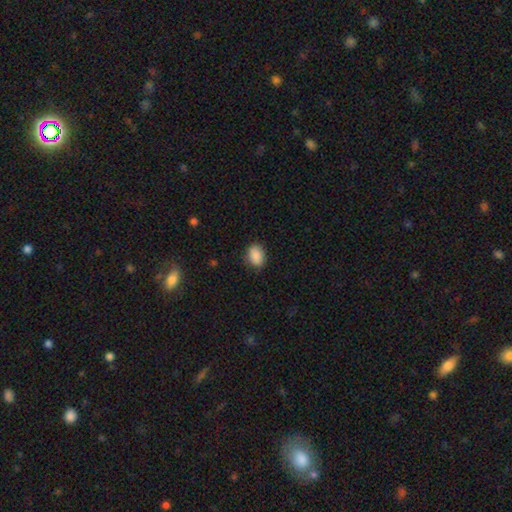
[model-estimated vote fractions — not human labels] Overall: smooth (89%). How rounded: in between (80%). Merging: none (83%).